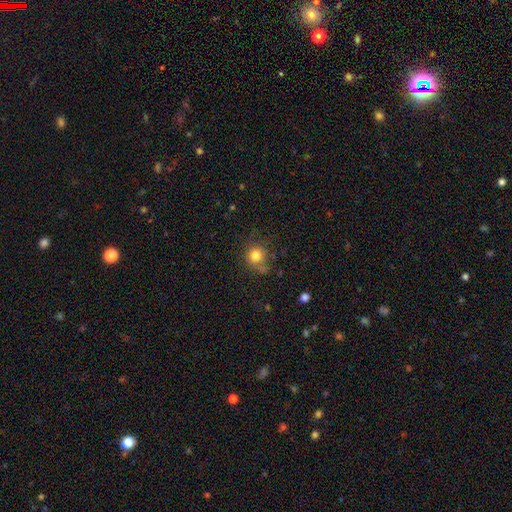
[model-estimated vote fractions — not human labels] smooth_or_featured: smooth (p=0.80) [alt: star or artifact p=0.12]
how_rounded: round (p=0.89) [alt: in between p=0.11]
merging: none (p=0.66) [alt: minor disturbance p=0.19]